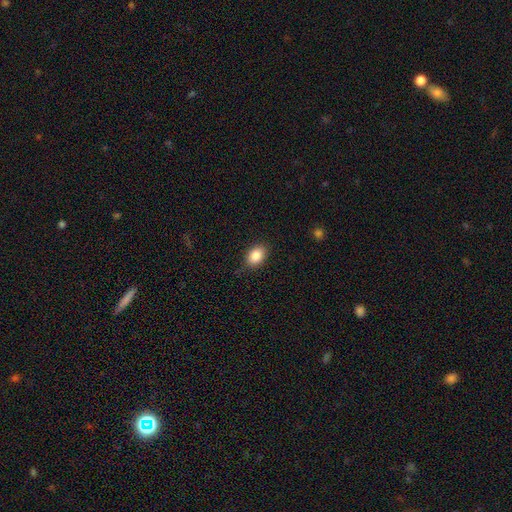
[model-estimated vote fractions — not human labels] A smooth galaxy with no disk features (86%) that is in between round and cigar-shaped (79%). Merging: none (82%).